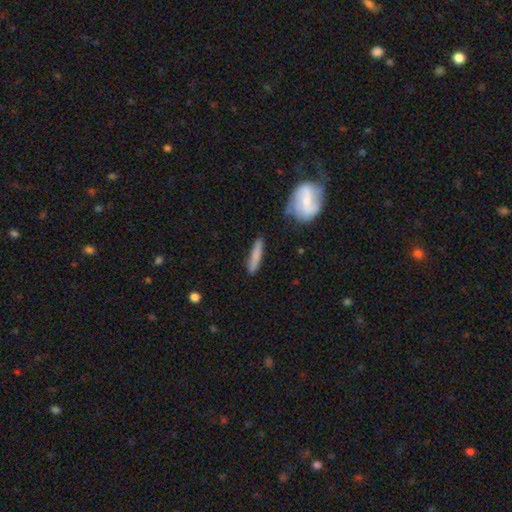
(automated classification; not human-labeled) Morphology: type=smooth (75%); roundness=cigar-shaped (89%); merging=none (83%).